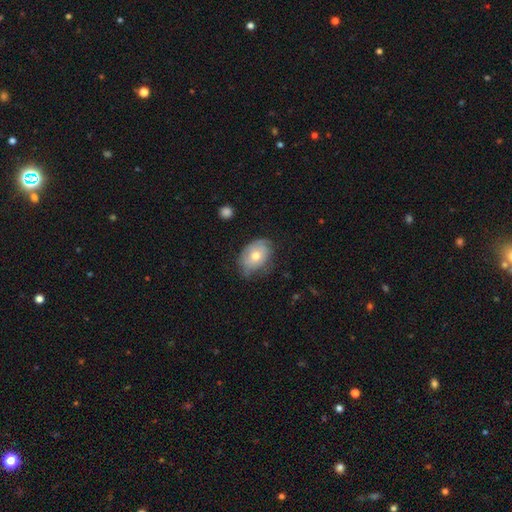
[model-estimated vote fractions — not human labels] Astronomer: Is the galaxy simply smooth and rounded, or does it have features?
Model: smooth — 62%.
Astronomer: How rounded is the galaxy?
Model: in between — 75%.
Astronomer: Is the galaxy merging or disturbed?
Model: none — 59%.